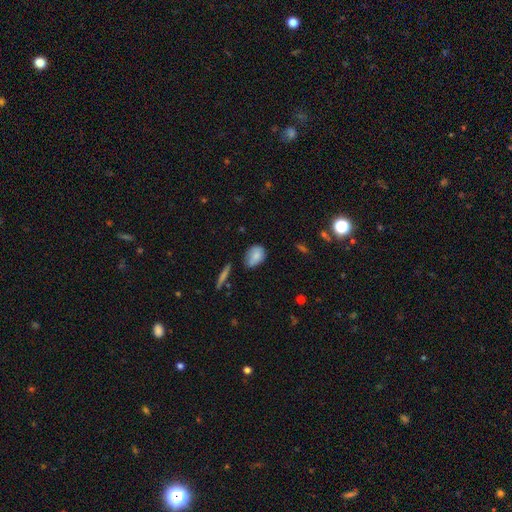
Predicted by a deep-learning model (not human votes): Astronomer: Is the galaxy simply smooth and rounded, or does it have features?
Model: smooth — 82%.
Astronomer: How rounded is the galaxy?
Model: in between — 77%.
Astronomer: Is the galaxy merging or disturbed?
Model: none — 55% (runner-up: minor disturbance, 34%).